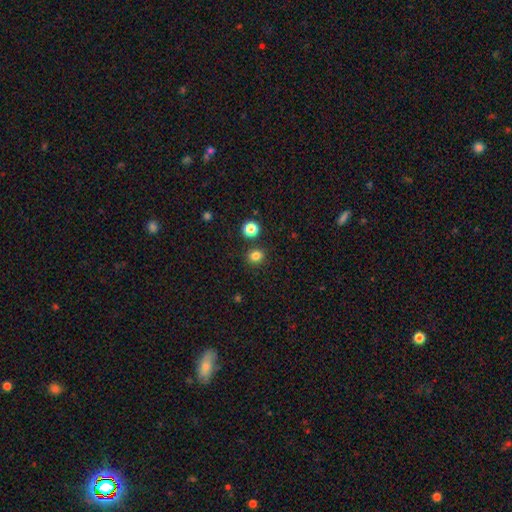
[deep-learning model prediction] A smooth galaxy with no disk features (82%) that is round (82%). Merging: none (86%).